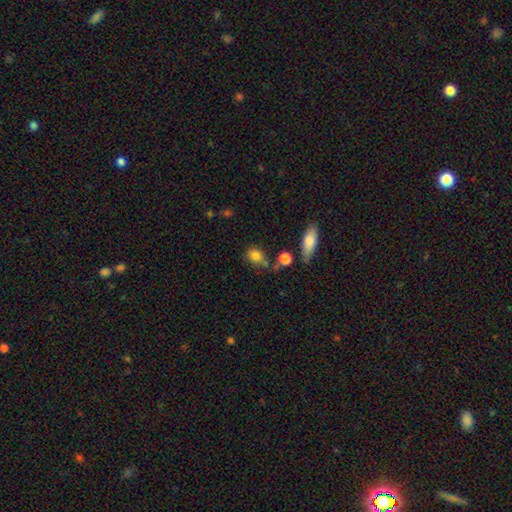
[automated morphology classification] This is clearly a smooth galaxy (82%). How rounded: possibly round (55%). Merging: likely none (61%).